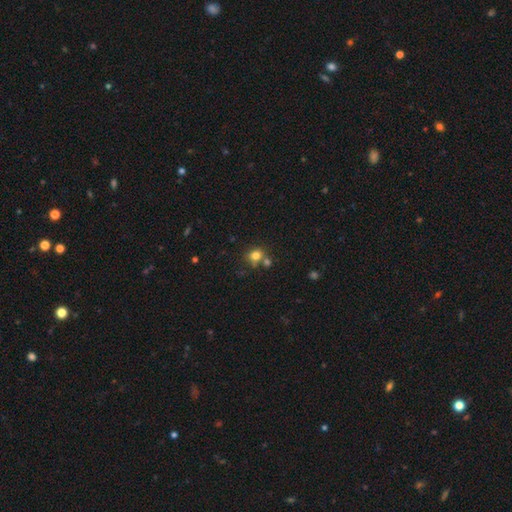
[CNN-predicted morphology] This appears to be a smooth galaxy with no disk features (78%) that is round (73%). Merging: none (55%).